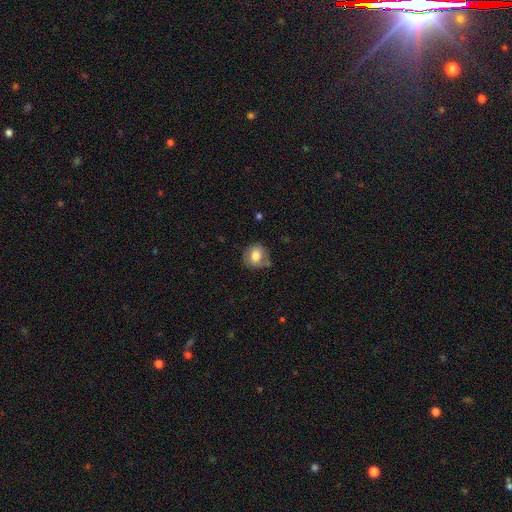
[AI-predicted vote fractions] smooth-or-featured: smooth: 78% | featured or disk: 14% | star or artifact: 8%
  how-rounded: round: 77% | in between: 22% | cigar-shaped: 1%
  merging: none: 65% | minor disturbance: 24% | major disturbance: 6% | merger: 5%